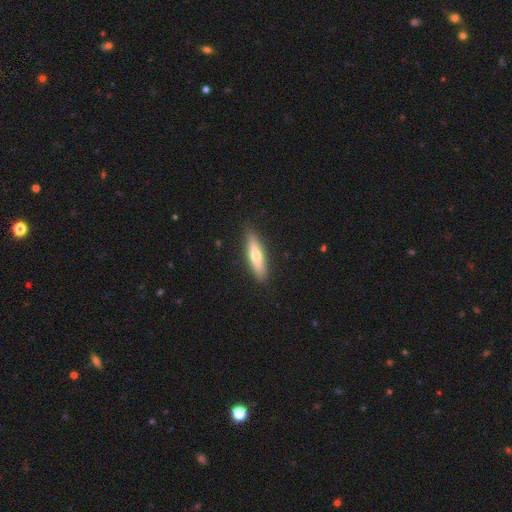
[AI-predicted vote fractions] Smooth or featured? smooth (53%)
How rounded? cigar-shaped (77%)
Merging? none (89%)